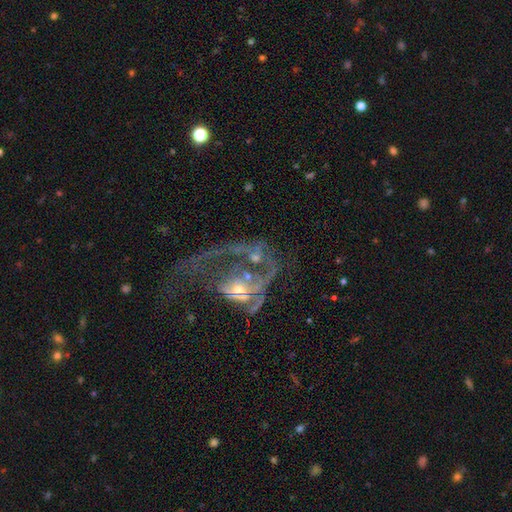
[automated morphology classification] Smooth or featured? featured or disk (72%)
Edge-on disk? no (96%)
Bar? no (73%)
Spiral arms? yes (57%)
Bulge size? moderate (50%)
Merging? major disturbance (44%)